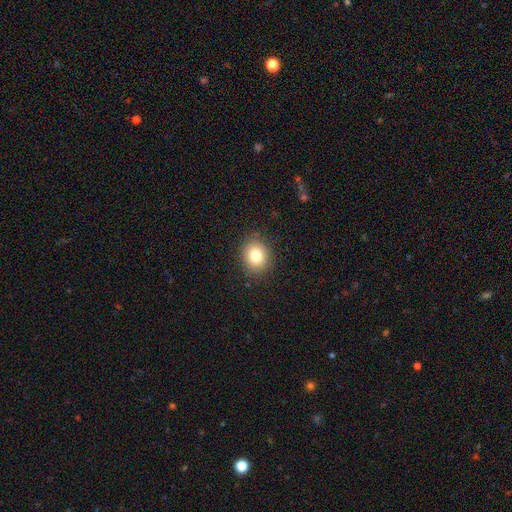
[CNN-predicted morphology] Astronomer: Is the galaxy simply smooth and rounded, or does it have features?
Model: smooth — 79%.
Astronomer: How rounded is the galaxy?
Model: round — 74%.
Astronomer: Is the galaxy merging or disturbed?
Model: none — 89%.